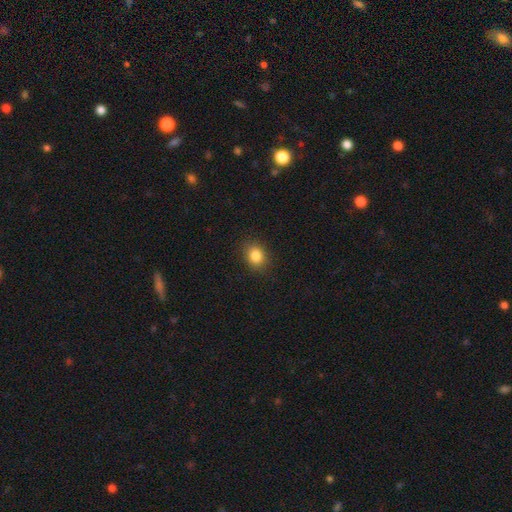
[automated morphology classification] Smooth or featured? smooth (84%)
How rounded? round (55%)
Merging? none (88%)